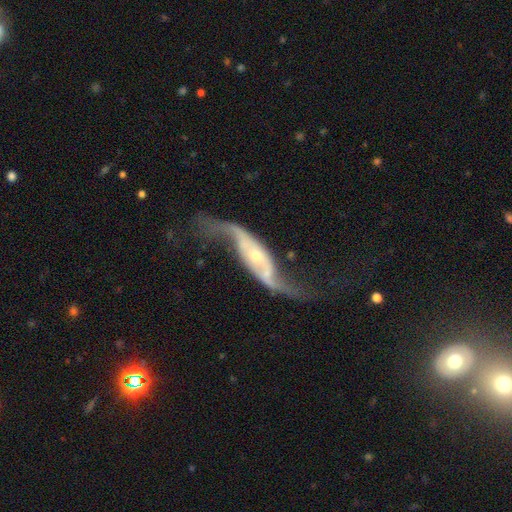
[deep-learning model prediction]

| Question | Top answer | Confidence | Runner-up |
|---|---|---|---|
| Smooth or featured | featured or disk | 87% | smooth (8%) |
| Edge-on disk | no | 87% | yes (13%) |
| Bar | no | 52% | weak (29%) |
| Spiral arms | yes | 93% | no (7%) |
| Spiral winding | loose | 87% | medium (10%) |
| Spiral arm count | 2 | 92% | can't tell (3%) |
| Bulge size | small | 57% | moderate (36%) |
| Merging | none | 51% | major disturbance (25%) |